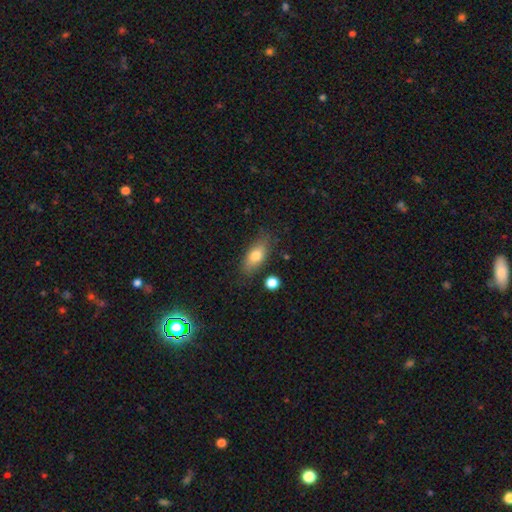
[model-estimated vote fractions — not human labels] Q: Smooth or featured?
A: smooth (75%); runner-up: featured or disk (18%)
Q: How rounded?
A: in between (80%); runner-up: cigar-shaped (15%)
Q: Merging?
A: none (78%); runner-up: minor disturbance (15%)